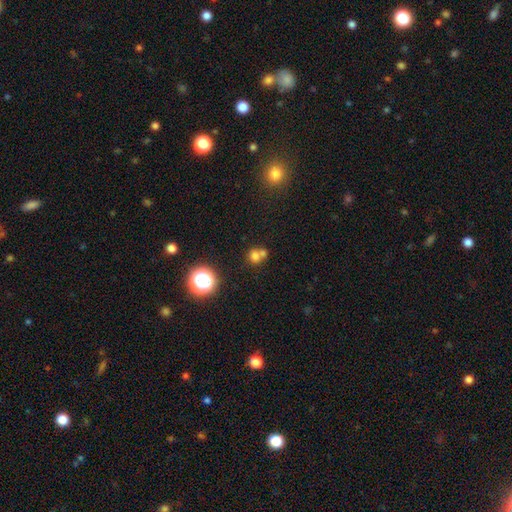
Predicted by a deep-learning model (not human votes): A smooth galaxy with no disk features (70%) that is round (82%). Merging: merger (49%).